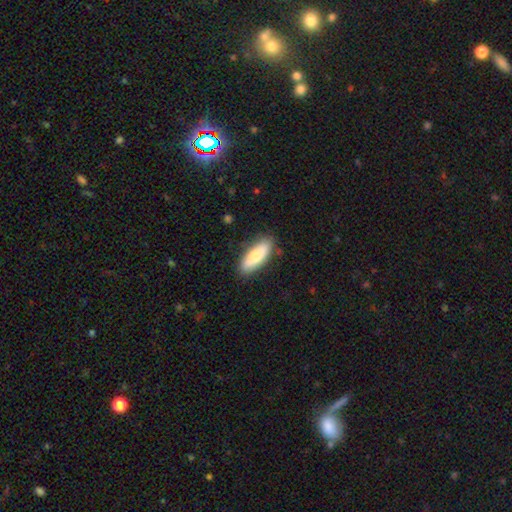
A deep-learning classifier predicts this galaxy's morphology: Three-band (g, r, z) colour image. It shows a smooth galaxy with no disk features (74%) that is in between round and cigar-shaped (66%). Merging: none (85%).